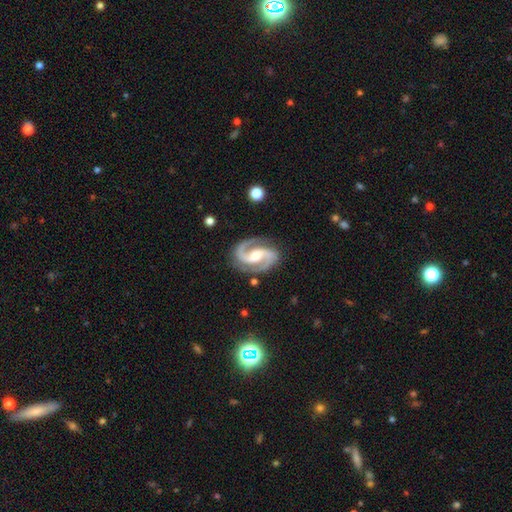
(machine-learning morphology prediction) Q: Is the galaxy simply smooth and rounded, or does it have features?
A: featured or disk — 94%.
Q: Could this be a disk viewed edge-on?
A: no — 98%.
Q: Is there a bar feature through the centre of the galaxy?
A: weak — 41%.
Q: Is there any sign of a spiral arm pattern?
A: yes — 99%.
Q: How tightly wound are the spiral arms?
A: medium — 64%.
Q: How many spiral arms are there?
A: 2 — 95%.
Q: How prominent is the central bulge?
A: moderate — 63%.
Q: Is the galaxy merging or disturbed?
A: none — 84%.